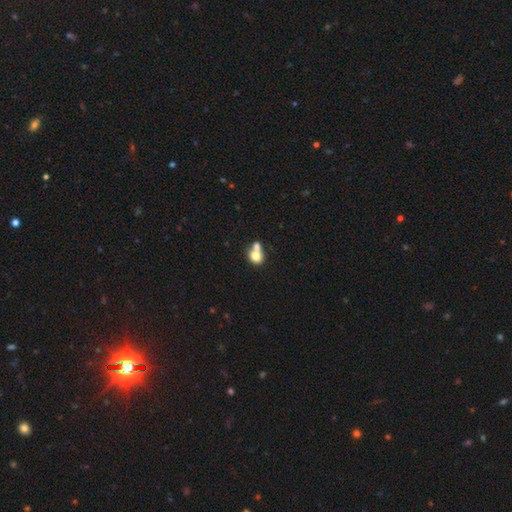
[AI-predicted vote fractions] smooth_or_featured: smooth (p=0.74) [alt: featured or disk p=0.16]
how_rounded: round (p=0.58) [alt: in between p=0.41]
merging: merger (p=0.59) [alt: none p=0.29]